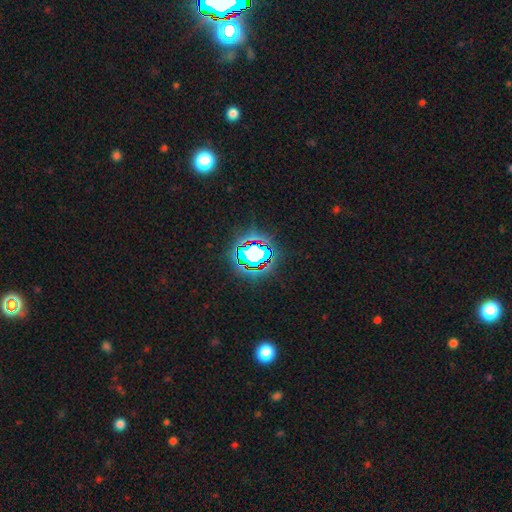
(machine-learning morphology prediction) A star or artifact, not a galaxy (66%).